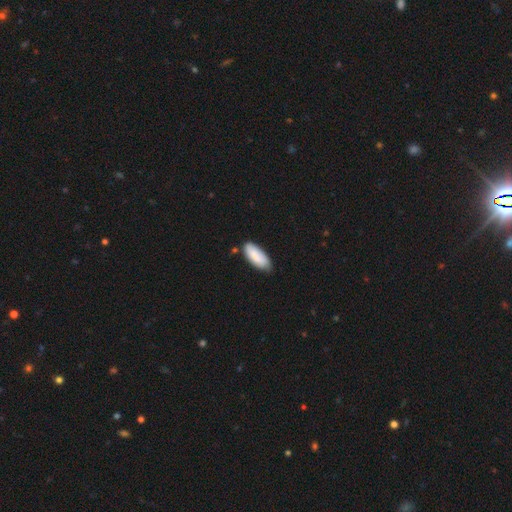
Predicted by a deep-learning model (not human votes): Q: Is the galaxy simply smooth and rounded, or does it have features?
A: smooth — 84%.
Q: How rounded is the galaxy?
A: in between — 82%.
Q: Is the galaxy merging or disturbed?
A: none — 65%.